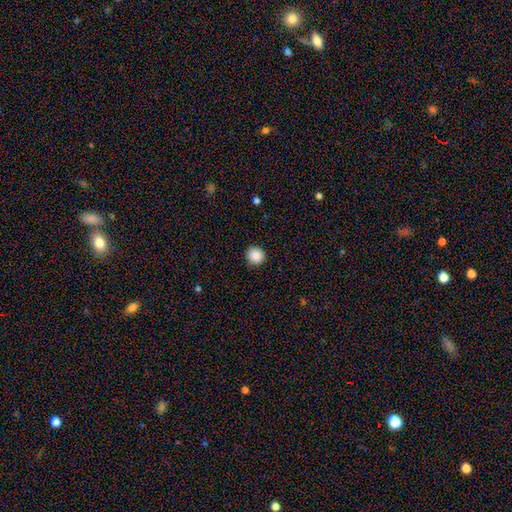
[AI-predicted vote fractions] A smooth galaxy with no disk features (88%) that is round (94%). Merging: none (91%).